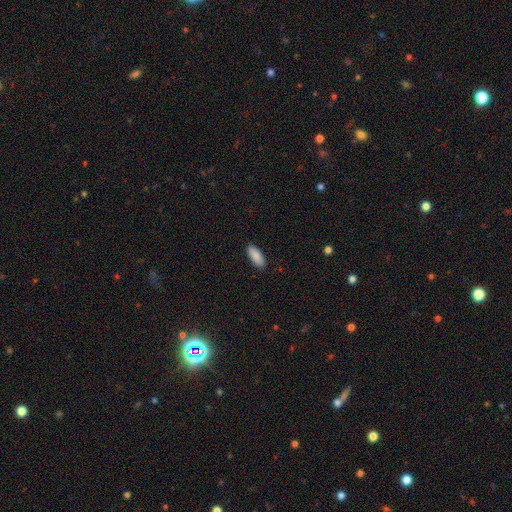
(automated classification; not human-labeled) Morphology: type=smooth (89%); roundness=in between (77%); merging=none (89%).